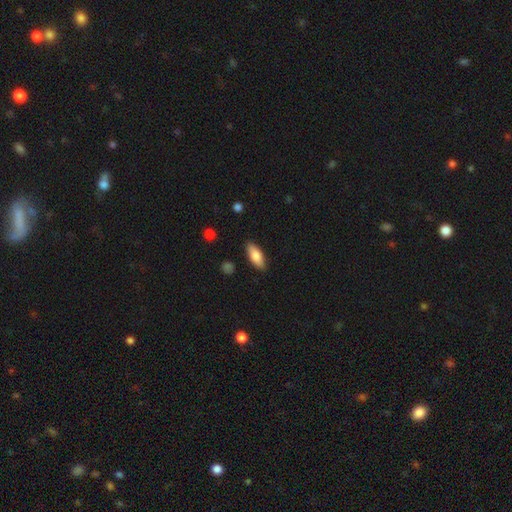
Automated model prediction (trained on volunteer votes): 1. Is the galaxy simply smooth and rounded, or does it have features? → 82% smooth, 12% featured or disk, 6% star or artifact.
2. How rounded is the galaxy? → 80% in between, 18% cigar-shaped, 2% round.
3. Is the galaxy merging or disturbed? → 87% none, 10% minor disturbance, 2% major disturbance, 1% merger.